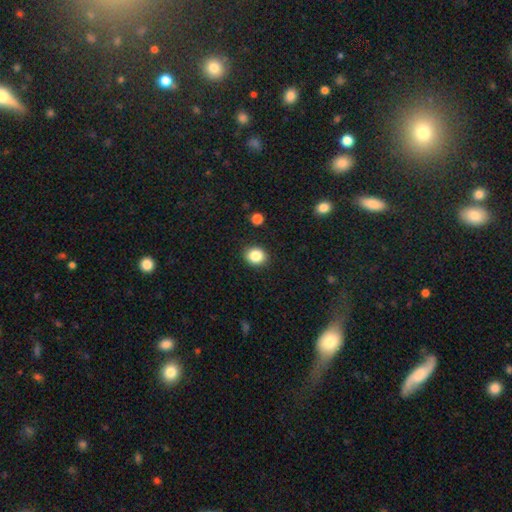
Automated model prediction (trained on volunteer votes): A smooth galaxy with no disk features (86%) that is round (65%).

Vote fractions:
- Smooth or featured? smooth: 86% / star or artifact: 10% / featured or disk: 5%
- How rounded? round: 65% / in between: 34% / cigar-shaped: 1%
- Merging? none: 90% / minor disturbance: 7% / major disturbance: 2% / merger: 1%